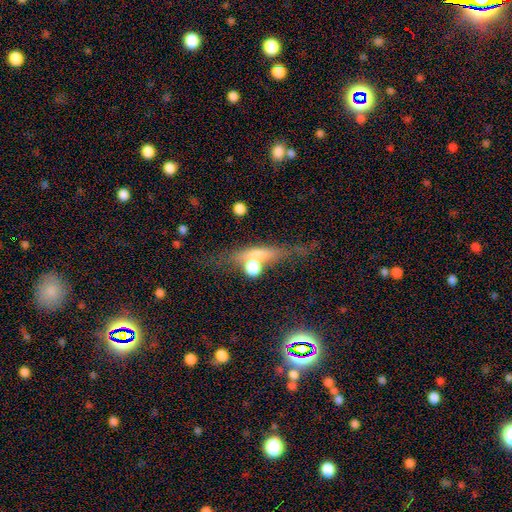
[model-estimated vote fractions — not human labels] Smooth or featured: featured or disk — 48% (smooth — 39%)
Merging: none — 56% (merger — 19%)